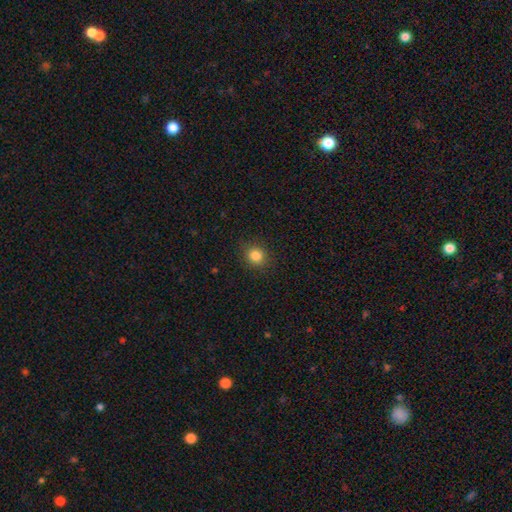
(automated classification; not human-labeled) The model was most divided on "how rounded": round: 82%, in between: 17%, cigar-shaped: 1%. More confident: merging — none (89%); smooth or featured — smooth (84%).